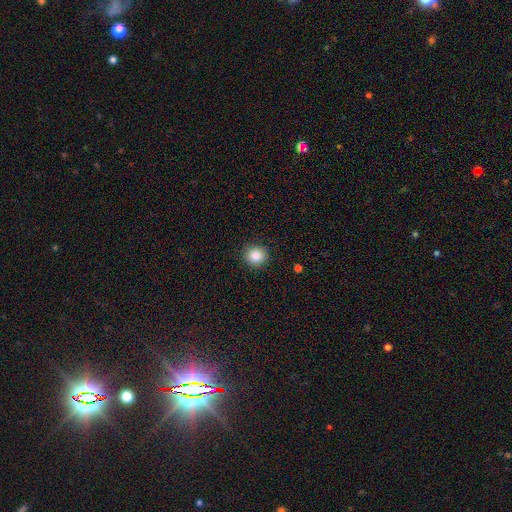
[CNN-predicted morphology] Smooth or featured: smooth — 85% (star or artifact — 10%)
How rounded: round — 90% (in between — 9%)
Merging: none — 91% (minor disturbance — 6%)